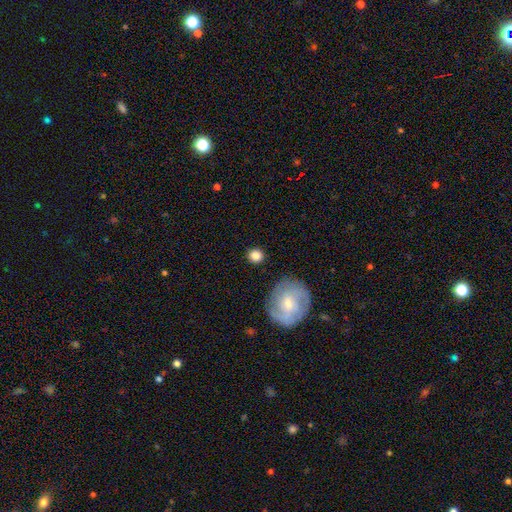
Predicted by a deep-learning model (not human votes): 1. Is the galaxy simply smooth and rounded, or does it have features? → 81% smooth, 11% featured or disk, 8% star or artifact.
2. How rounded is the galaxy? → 88% round, 11% in between, 1% cigar-shaped.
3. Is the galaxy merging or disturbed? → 87% none, 8% minor disturbance, 3% major disturbance, 2% merger.